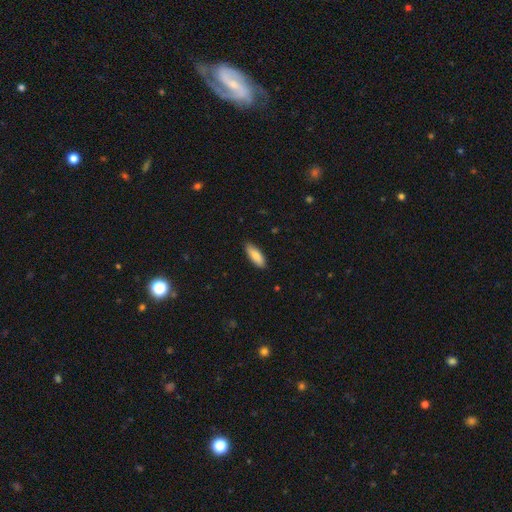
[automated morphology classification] Smooth or featured: smooth — 84% (featured or disk — 10%)
How rounded: in between — 63% (cigar-shaped — 36%)
Merging: none — 86% (minor disturbance — 11%)